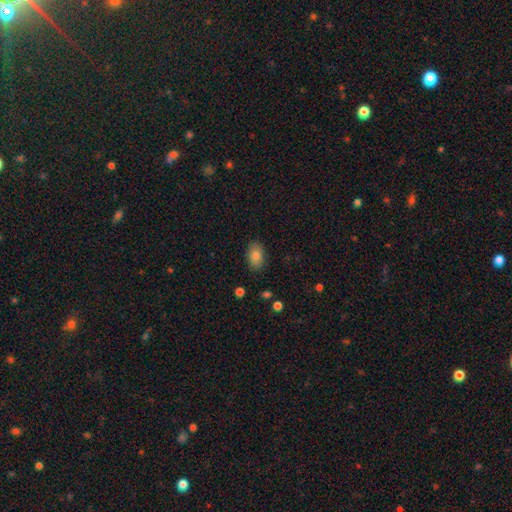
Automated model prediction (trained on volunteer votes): A smooth galaxy with no disk features (82%) that is in between round and cigar-shaped (88%). Merging: none (87%).